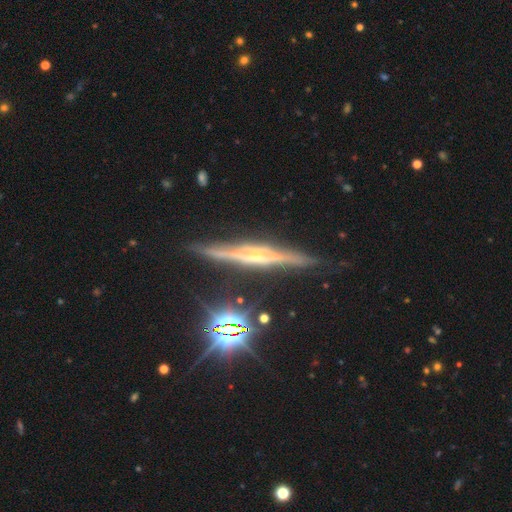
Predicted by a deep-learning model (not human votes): This is likely a featured or disk galaxy (79%). It is clearly viewed edge-on (97%). Edge-on bulge: likely rounded (65%). Merging: clearly none (85%).